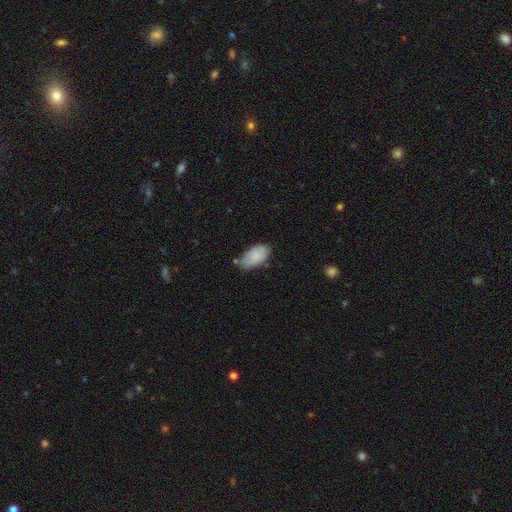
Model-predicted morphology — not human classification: Smooth or featured?
  - smooth: 85% *
  - featured or disk: 9%
  - star or artifact: 6%
How rounded?
  - in between: 94% *
  - cigar-shaped: 3%
  - round: 2%
Merging?
  - none: 62% *
  - minor disturbance: 27%
  - merger: 5%
  - major disturbance: 5%